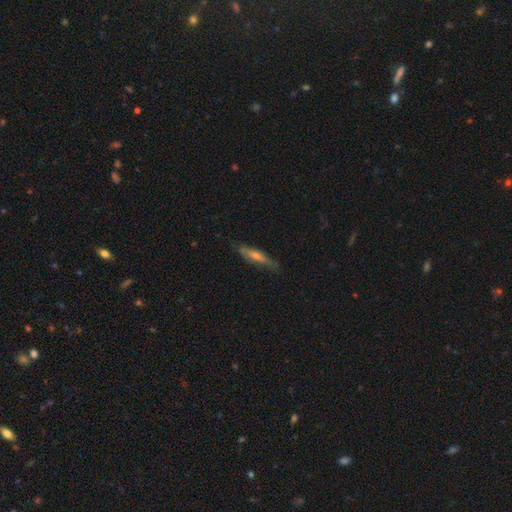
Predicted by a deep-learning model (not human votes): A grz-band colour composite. It shows a featured or disk galaxy (53%) viewed edge-on (85%). Merging: none (81%).